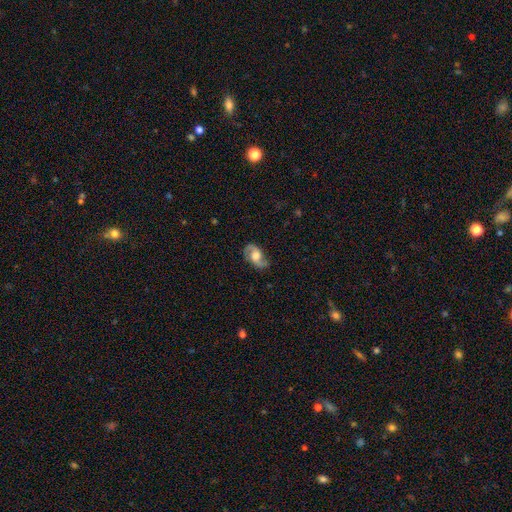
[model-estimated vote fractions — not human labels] The model was most divided on "spiral winding": loose: 45%, medium: 42%, tight: 13%. Remaining: edge-on disk — no (96%); spiral arms — yes (93%); spiral arm count — 2 (91%); merging — none (77%); smooth or featured — featured or disk (77%); bar — no (59%); bulge size — moderate (47%).